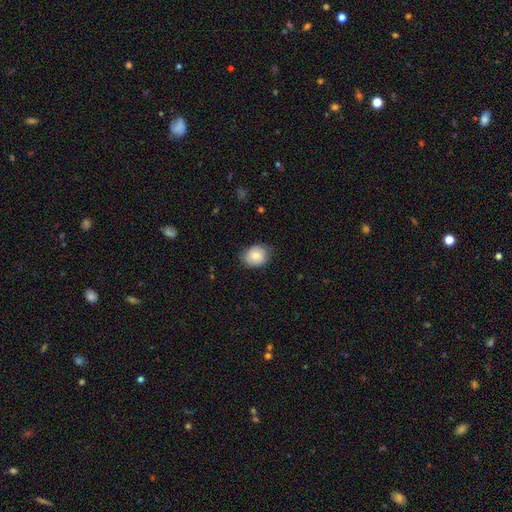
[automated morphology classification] Smooth or featured? smooth (78%)
How rounded? round (51%)
Merging? none (75%)